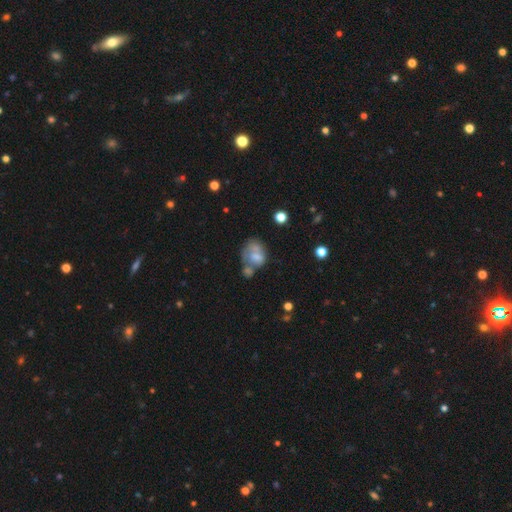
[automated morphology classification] Overall: smooth (54%; featured or disk 35%). How rounded: in between (63%; round 35%). Merging: merger (38%; none 22%).